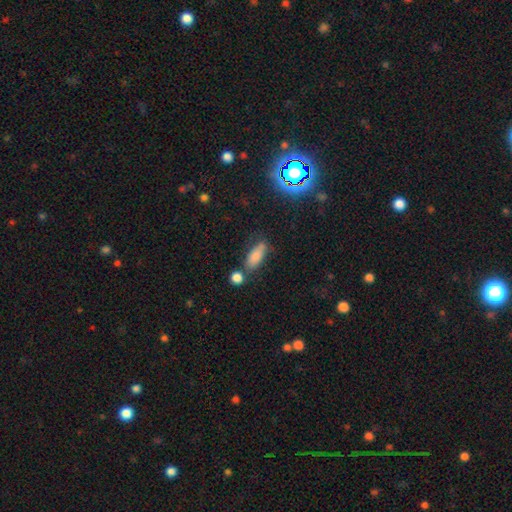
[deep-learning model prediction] smooth-or-featured: smooth: 79% | featured or disk: 11% | star or artifact: 10%
  how-rounded: in between: 72% | cigar-shaped: 24% | round: 4%
  merging: none: 58% | minor disturbance: 20% | merger: 15% | major disturbance: 7%